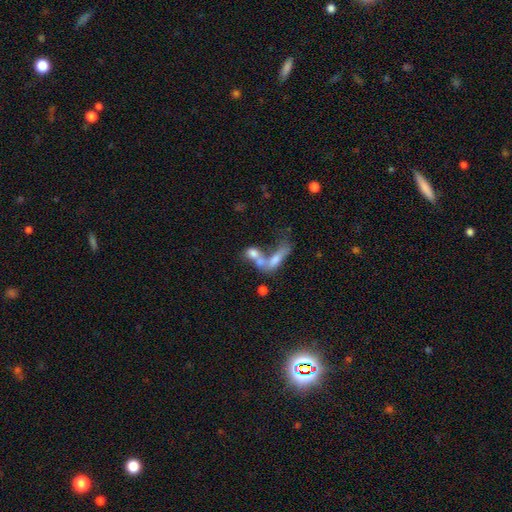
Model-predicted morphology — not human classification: Smooth or featured?
  - smooth: 61% *
  - featured or disk: 27%
  - star or artifact: 11%
How rounded?
  - in between: 61% *
  - round: 20%
  - cigar-shaped: 19%
Merging?
  - merger: 66% *
  - none: 15%
  - major disturbance: 12%
  - minor disturbance: 7%